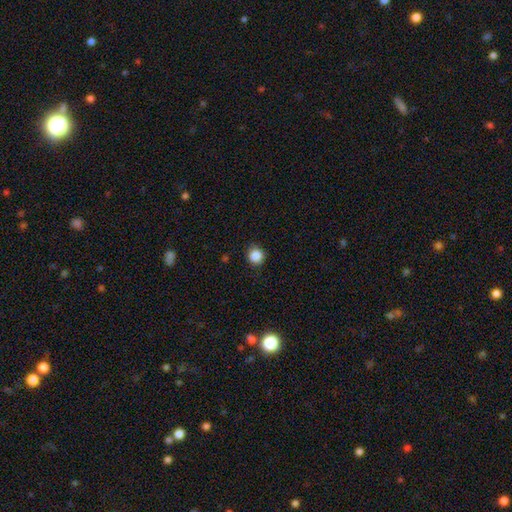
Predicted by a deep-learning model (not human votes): Morphology: type=smooth (86%); roundness=round (90%); merging=none (88%).